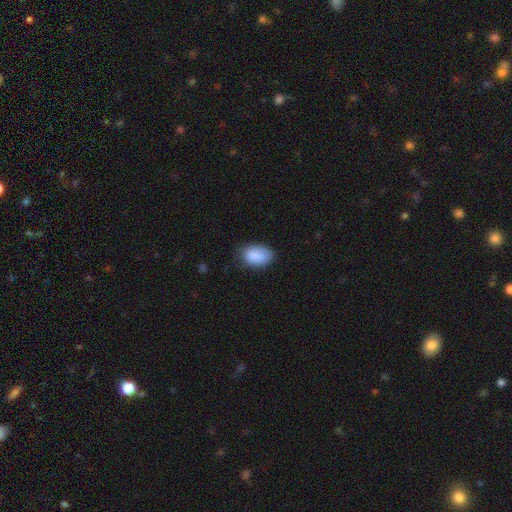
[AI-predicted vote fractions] The model was most divided on "merging": none: 68%, minor disturbance: 26%, major disturbance: 6%, merger: 1%. More confident: how rounded — in between (89%); smooth or featured — smooth (87%).